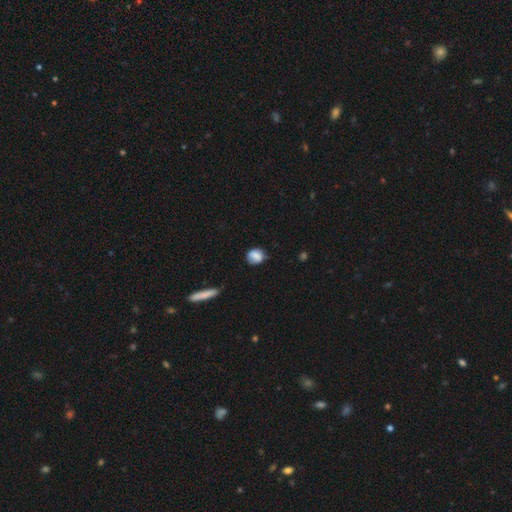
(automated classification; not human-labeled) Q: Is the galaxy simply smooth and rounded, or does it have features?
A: smooth — 80%.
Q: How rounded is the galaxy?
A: round — 66%.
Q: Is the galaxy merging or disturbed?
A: none — 67%.